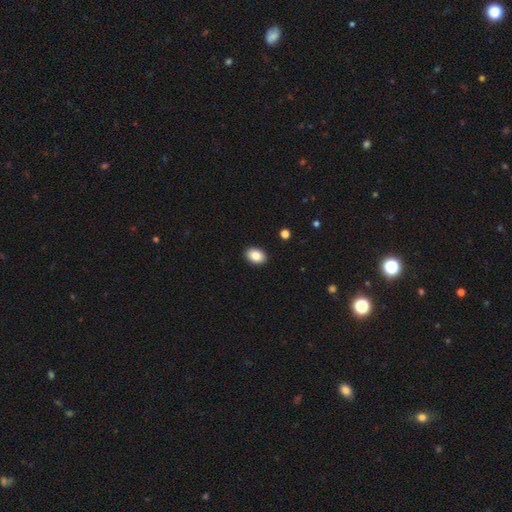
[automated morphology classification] Smooth or featured? Predicted: smooth (p=0.87). How rounded? Predicted: in between (p=0.81). Merging? Predicted: none (p=0.91).